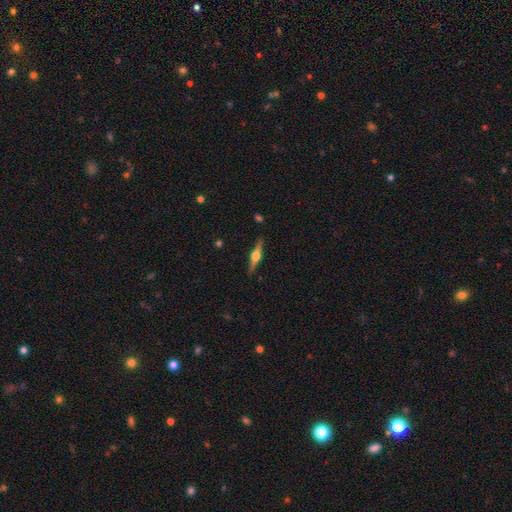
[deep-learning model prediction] This is likely a featured or disk galaxy (76%). It is clearly viewed edge-on (98%). Edge-on bulge: clearly rounded (94%). Merging: clearly none (89%).